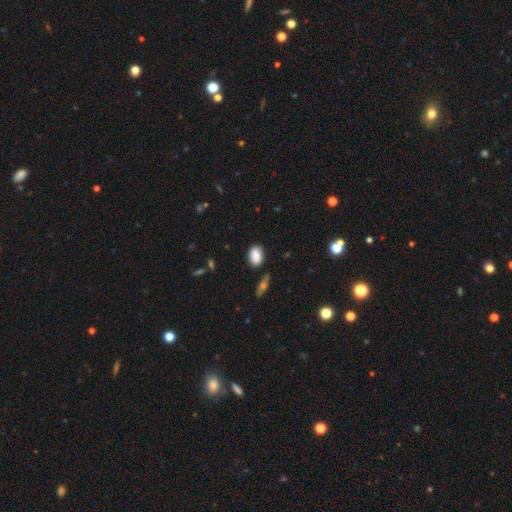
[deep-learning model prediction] A smooth galaxy with no disk features (86%) that is in between round and cigar-shaped (83%). Merging: none (77%).